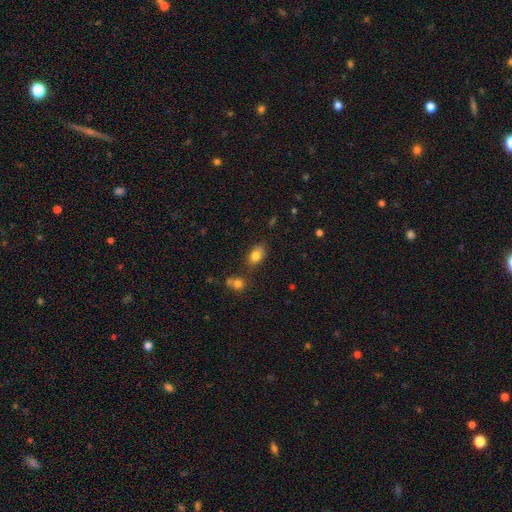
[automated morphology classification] Smooth or featured? Predicted: smooth (p=0.81). How rounded? Predicted: in between (p=0.82). Merging? Predicted: none (p=0.71).